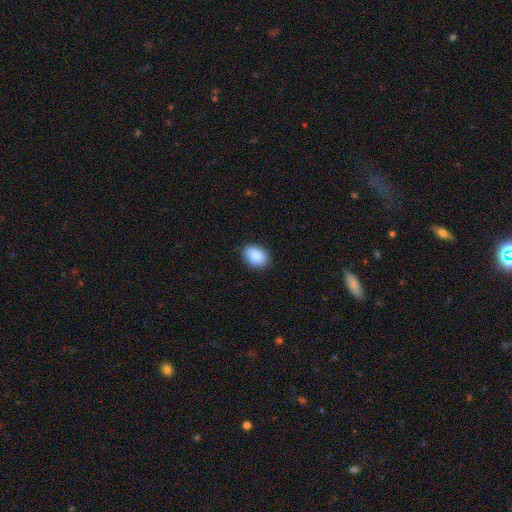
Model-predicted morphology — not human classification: The model was most divided on "how rounded": in between: 78%, round: 20%, cigar-shaped: 1%. More confident: smooth or featured — smooth (89%); merging — none (87%).